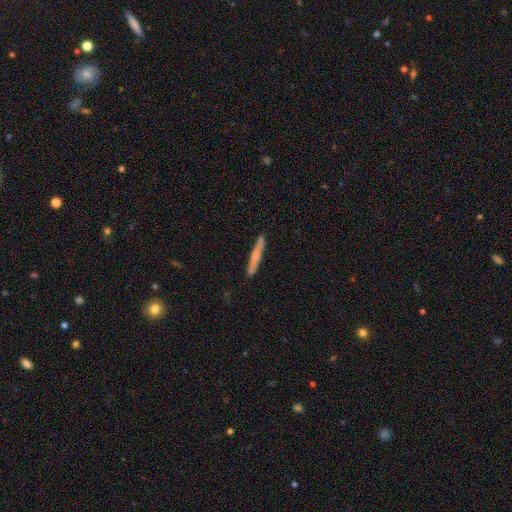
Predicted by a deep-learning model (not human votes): Q: Smooth or featured?
A: smooth (60%); runner-up: featured or disk (34%)
Q: How rounded?
A: cigar-shaped (96%); runner-up: in between (3%)
Q: Merging?
A: none (89%); runner-up: minor disturbance (8%)